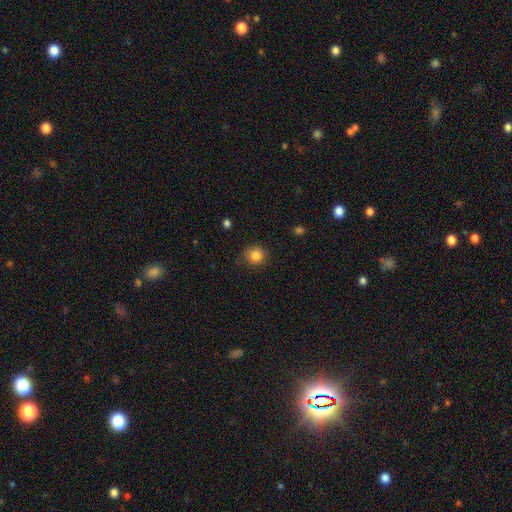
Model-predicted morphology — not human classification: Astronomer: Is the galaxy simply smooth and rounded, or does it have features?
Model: smooth — 84%.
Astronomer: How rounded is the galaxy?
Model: round — 90%.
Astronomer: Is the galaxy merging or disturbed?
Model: none — 81%.